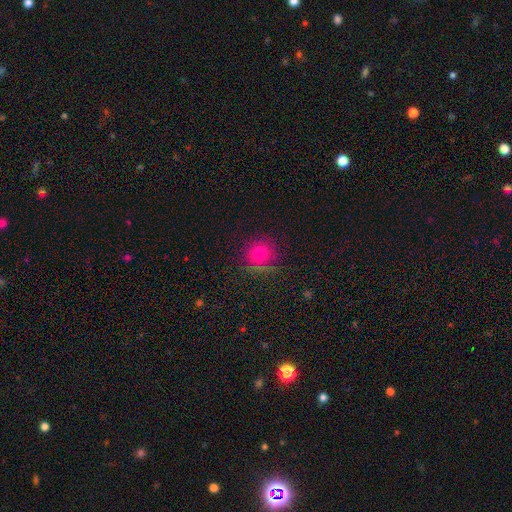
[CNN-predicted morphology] smooth 72%, star or artifact 17%, featured or disk 10%. Down the decision tree: how rounded — round (90%); merging — none (79%).